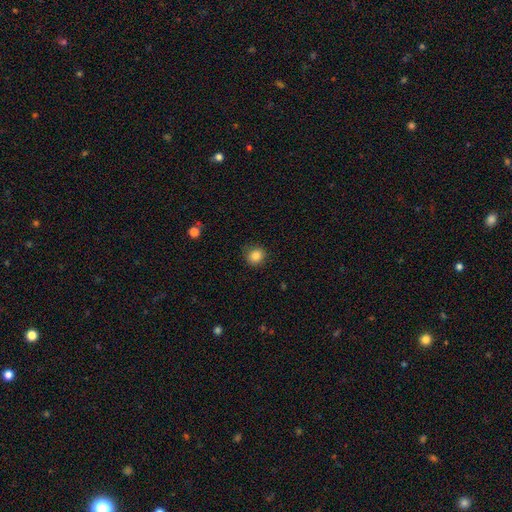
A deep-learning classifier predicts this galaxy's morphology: smooth 85%, star or artifact 10%, featured or disk 5%. Down the decision tree: how rounded — round (85%); merging — none (85%).